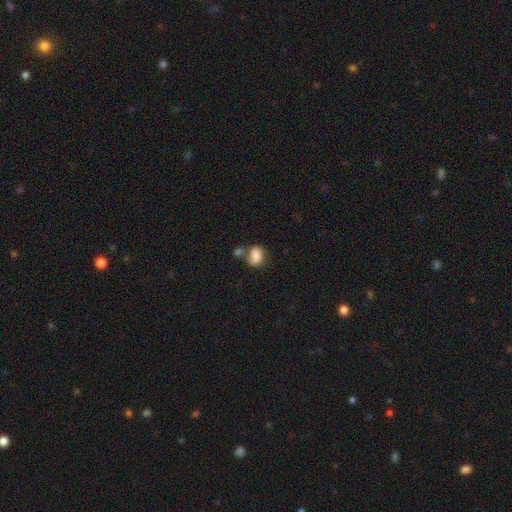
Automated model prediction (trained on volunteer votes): A smooth galaxy with no disk features (78%) that is in between round and cigar-shaped (65%).

Vote fractions:
- Smooth or featured? smooth: 78% / featured or disk: 12% / star or artifact: 9%
- How rounded? in between: 65% / round: 33% / cigar-shaped: 1%
- Merging? merger: 38% / none: 36% / minor disturbance: 17% / major disturbance: 9%